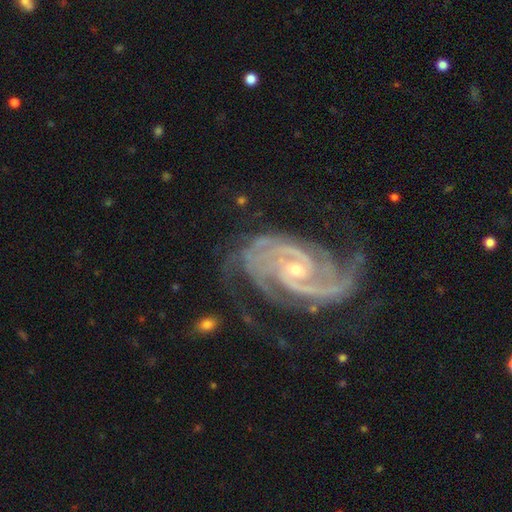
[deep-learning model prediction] featured or disk 93%, star or artifact 5%, smooth 2%. Down the decision tree: edge-on disk — no (98%); bar — no (49%); spiral arms — yes (99%); spiral arm count — 2 (42%); spiral winding — tight (55%); bulge size — small (63%); merging — none (63%).